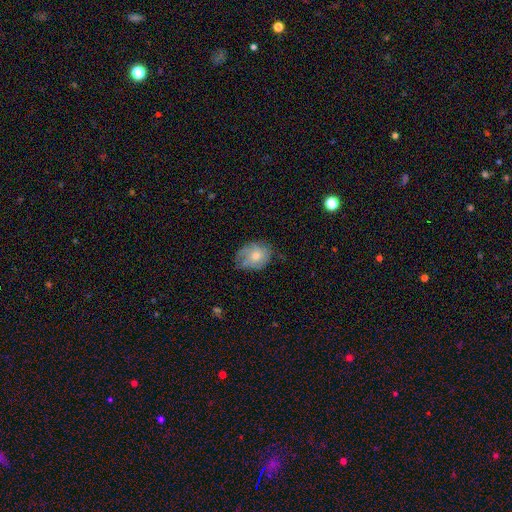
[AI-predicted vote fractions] The model was most divided on "smooth or featured": smooth: 50%, featured or disk: 40%, star or artifact: 10%. More confident: merging — none (60%).